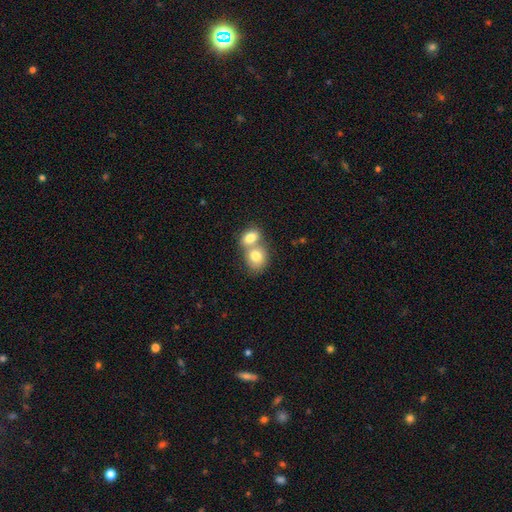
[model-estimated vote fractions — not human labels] Smooth or featured? smooth (77%)
How rounded? in between (50%)
Merging? merger (67%)